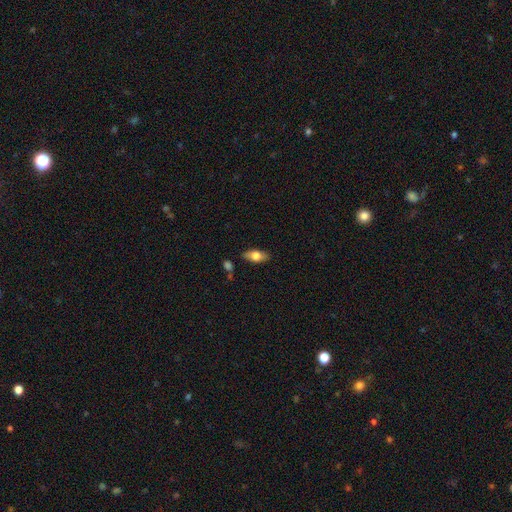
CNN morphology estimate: This appears to be a smooth galaxy with no disk features (70%) that is in between round and cigar-shaped (85%). Merging: none (83%).